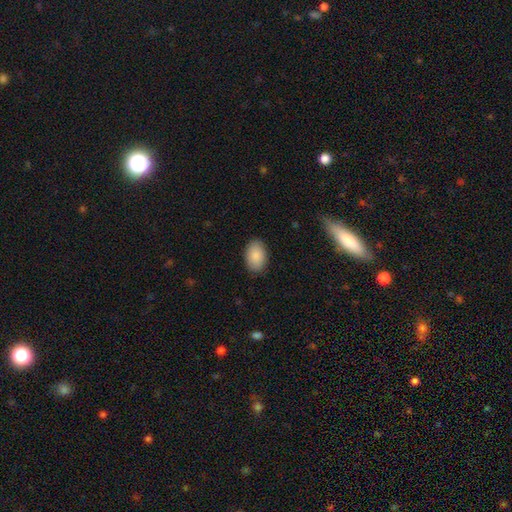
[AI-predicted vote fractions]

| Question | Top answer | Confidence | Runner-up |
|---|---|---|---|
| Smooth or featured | smooth | 89% | star or artifact (6%) |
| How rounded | in between | 90% | round (9%) |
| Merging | none | 88% | minor disturbance (9%) |